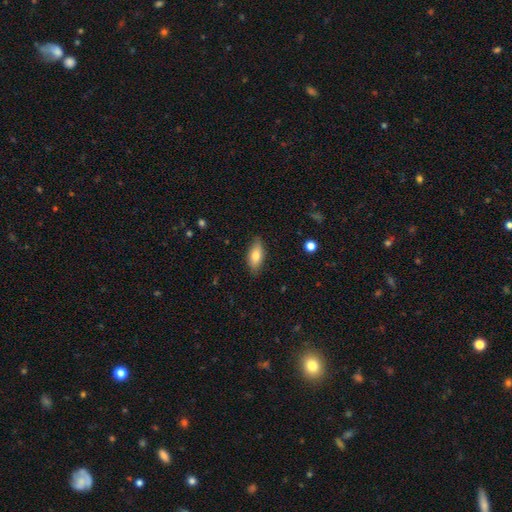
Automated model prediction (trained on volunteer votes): Smooth or featured?
  - smooth: 78% *
  - featured or disk: 16%
  - star or artifact: 7%
How rounded?
  - in between: 82% *
  - cigar-shaped: 16%
  - round: 3%
Merging?
  - none: 83% *
  - minor disturbance: 13%
  - major disturbance: 2%
  - merger: 1%